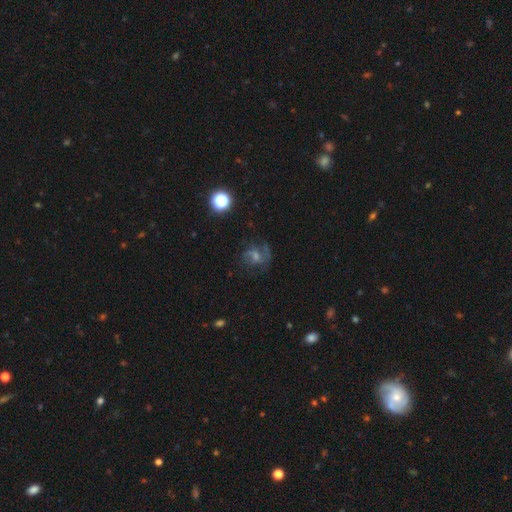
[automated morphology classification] Overall: featured or disk (56%; star or artifact 24%). Edge-on disk: no (97%). Bar: no (48%; weak 42%). Spiral arms: yes (83%). Bulge size: moderate (43%; small 39%). Merging: none (65%).